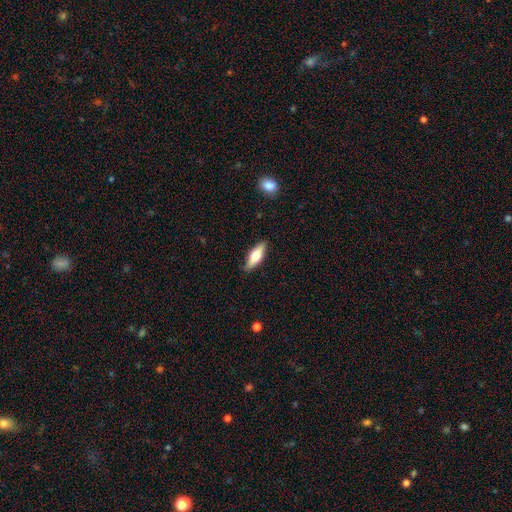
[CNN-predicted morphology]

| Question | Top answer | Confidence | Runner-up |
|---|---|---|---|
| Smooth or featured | smooth | 61% | featured or disk (34%) |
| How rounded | in between | 55% | cigar-shaped (42%) |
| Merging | none | 85% | minor disturbance (11%) |